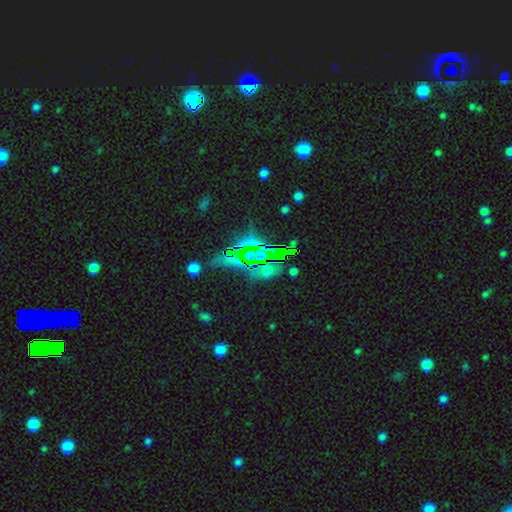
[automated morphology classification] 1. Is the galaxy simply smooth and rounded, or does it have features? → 74% star or artifact, 15% smooth, 11% featured or disk.